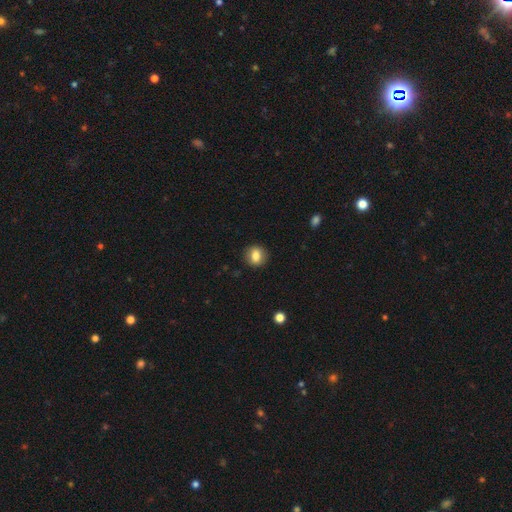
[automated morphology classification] Smooth or featured? smooth (80%)
How rounded? round (69%)
Merging? none (88%)